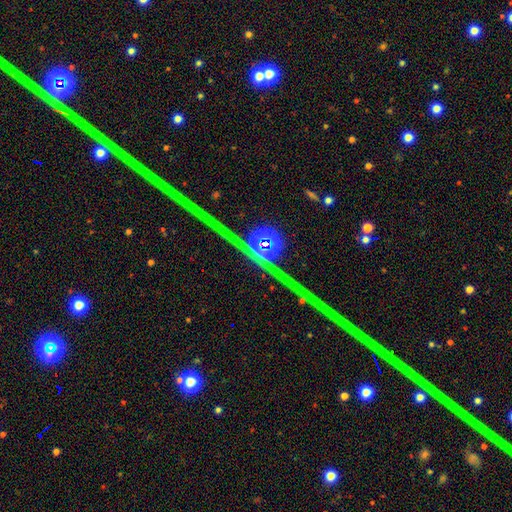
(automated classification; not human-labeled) star or artifact 60%, featured or disk 31%, smooth 9%.